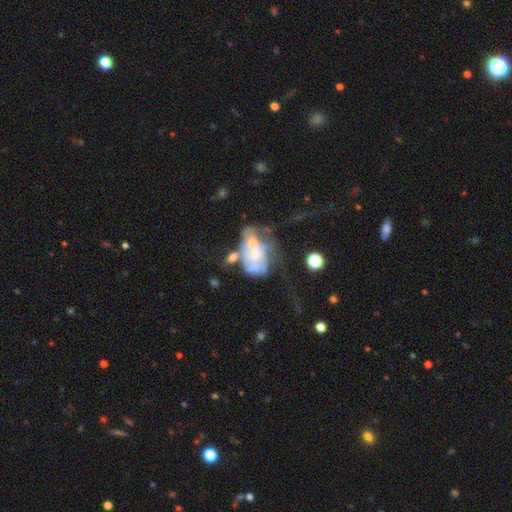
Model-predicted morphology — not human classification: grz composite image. It shows a featured or disk galaxy (66%) with no bar (85%), no spiral arms (74%) and a small central bulge (33%). Merging: major disturbance (33%).